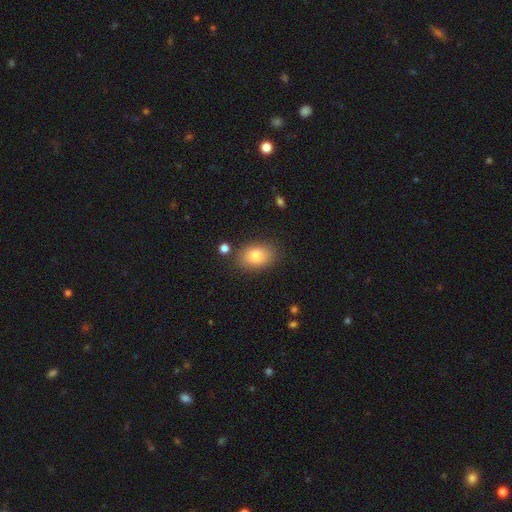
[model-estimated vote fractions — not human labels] This is clearly a smooth galaxy (83%). How rounded: clearly in between (82%). Merging: clearly none (82%).